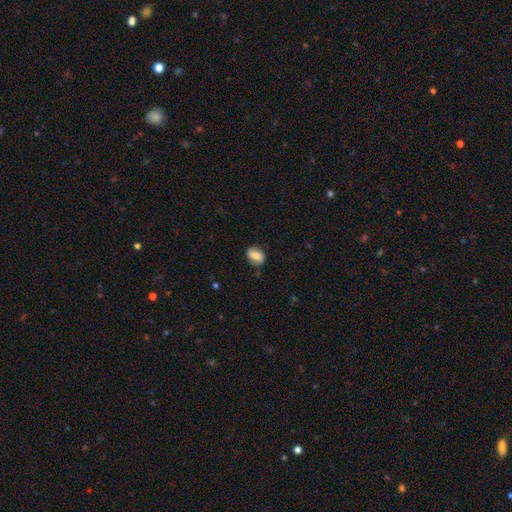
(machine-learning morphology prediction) A smooth galaxy with no disk features (71%) that is in between round and cigar-shaped (72%).

Vote fractions:
- Smooth or featured? smooth: 71% / featured or disk: 21% / star or artifact: 9%
- How rounded? in between: 72% / round: 25% / cigar-shaped: 3%
- Merging? none: 69% / minor disturbance: 23% / major disturbance: 6% / merger: 2%